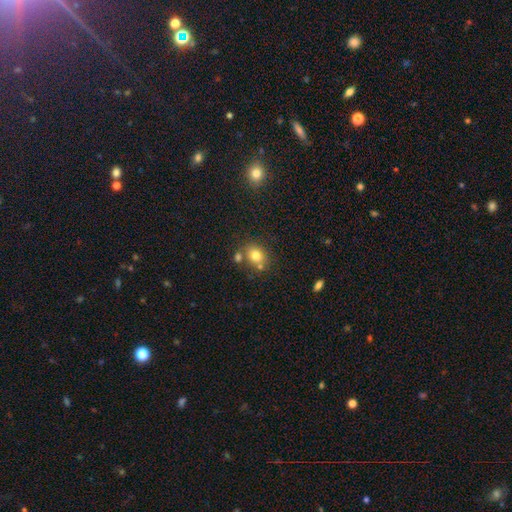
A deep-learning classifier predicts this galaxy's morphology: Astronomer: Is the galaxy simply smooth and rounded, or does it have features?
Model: smooth — 77%.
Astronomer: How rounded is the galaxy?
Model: round — 55% (runner-up: in between, 44%).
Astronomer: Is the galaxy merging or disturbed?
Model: none — 64%.